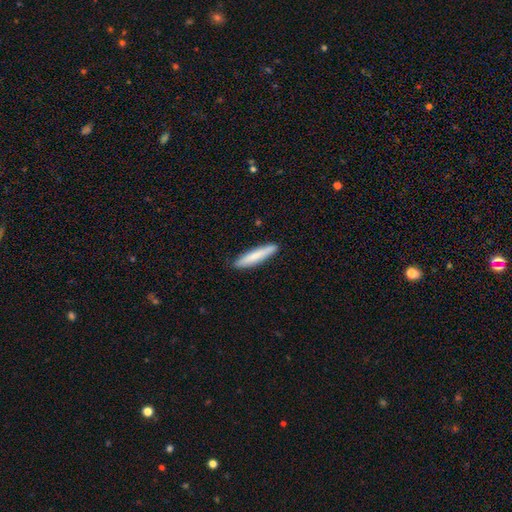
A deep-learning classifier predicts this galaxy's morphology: This is likely a smooth galaxy (76%). How rounded: clearly cigar-shaped (90%). Merging: clearly none (89%).